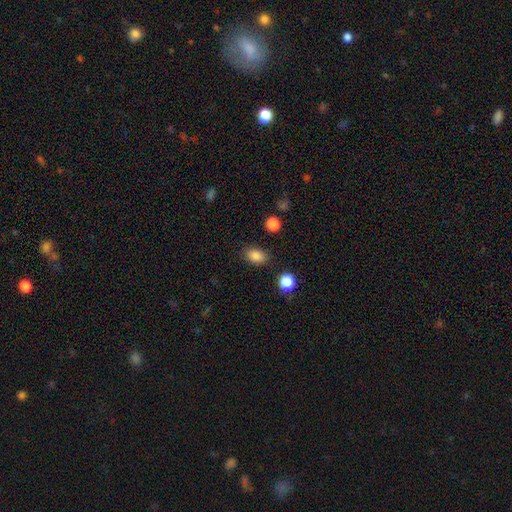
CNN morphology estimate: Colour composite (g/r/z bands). It shows a smooth galaxy with no disk features (85%) that is in between round and cigar-shaped (78%). Merging: none (83%).